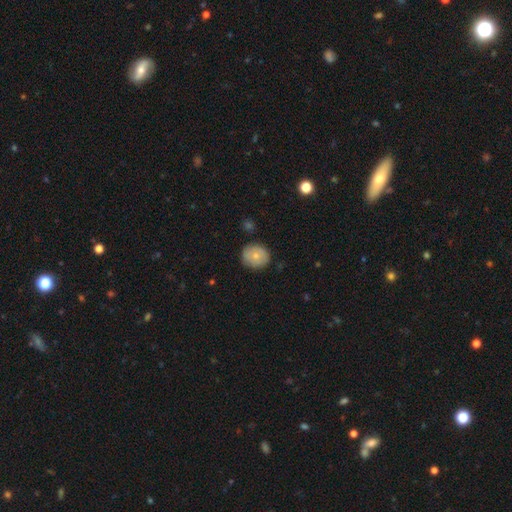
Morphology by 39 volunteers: This appears to be a smooth galaxy with no disk features (69%) that is round (78%). Merging: none (79%).